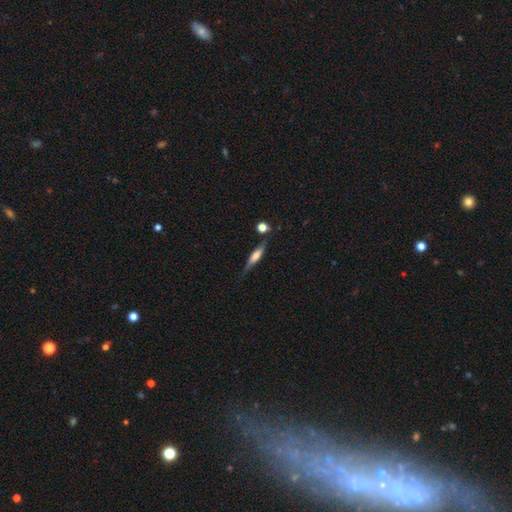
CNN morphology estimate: smooth 47%, featured or disk 46%, star or artifact 7%. Down the decision tree: merging — none (70%).